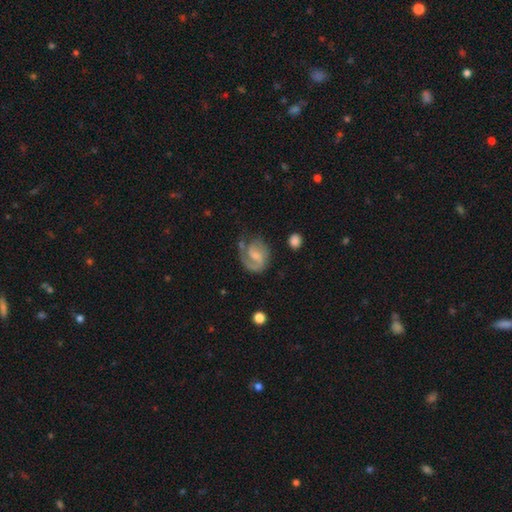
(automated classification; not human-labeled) Smooth or featured? featured or disk (78%)
Edge-on disk? no (98%)
Bar? weak (53%)
Spiral arms? yes (94%)
Spiral winding? medium (45%)
Spiral arm count? 2 (46%)
Bulge size? small (37%)
Merging? none (57%)